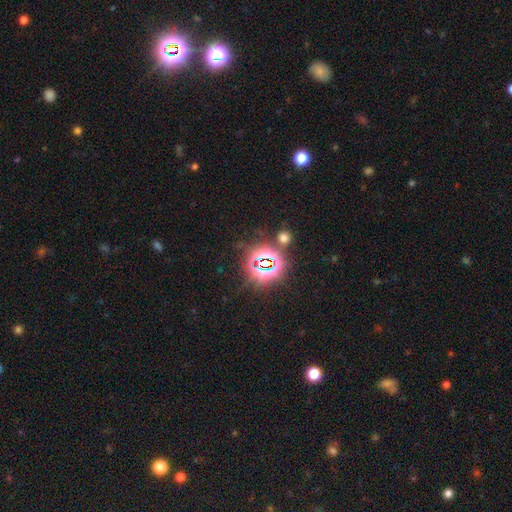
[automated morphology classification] smooth-or-featured: star or artifact: 81% | smooth: 12% | featured or disk: 7%